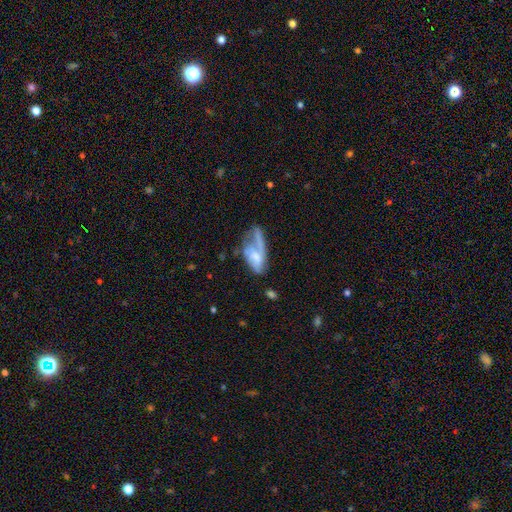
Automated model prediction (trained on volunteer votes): This appears to be a smooth galaxy with no disk features (47%). Merging: major disturbance (41%).